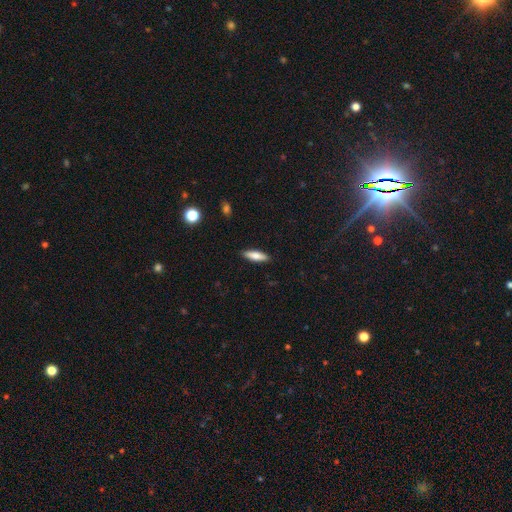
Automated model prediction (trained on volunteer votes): smooth 76%, featured or disk 18%, star or artifact 6%. Down the decision tree: how rounded — cigar-shaped (59%); merging — none (90%).